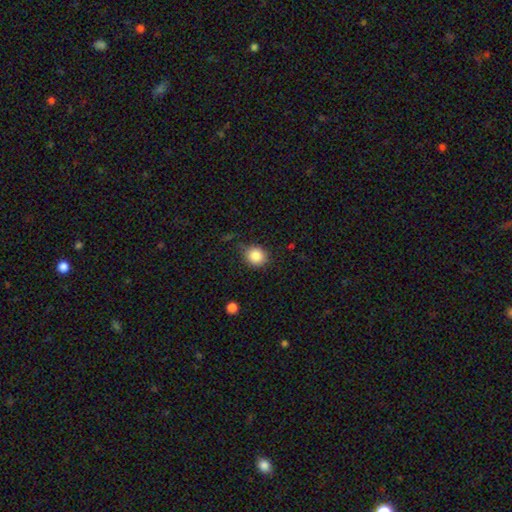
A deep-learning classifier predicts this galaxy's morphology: Smooth or featured: smooth — 86% (star or artifact — 9%)
How rounded: round — 83% (in between — 16%)
Merging: none — 75% (minor disturbance — 18%)